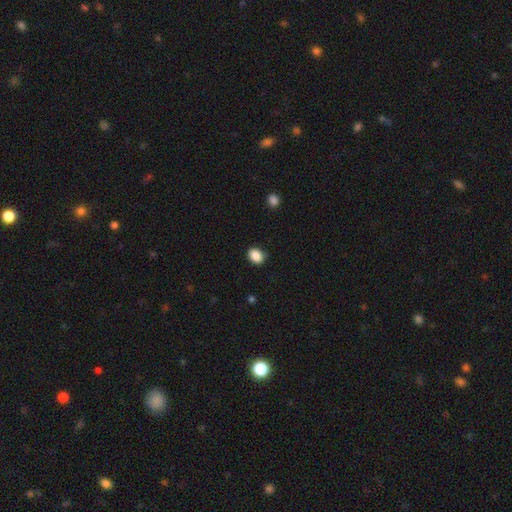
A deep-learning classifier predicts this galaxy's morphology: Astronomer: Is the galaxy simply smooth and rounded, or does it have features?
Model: smooth — 89%.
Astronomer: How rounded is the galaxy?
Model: in between — 61% (runner-up: round, 38%).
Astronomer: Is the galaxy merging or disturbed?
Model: none — 88%.